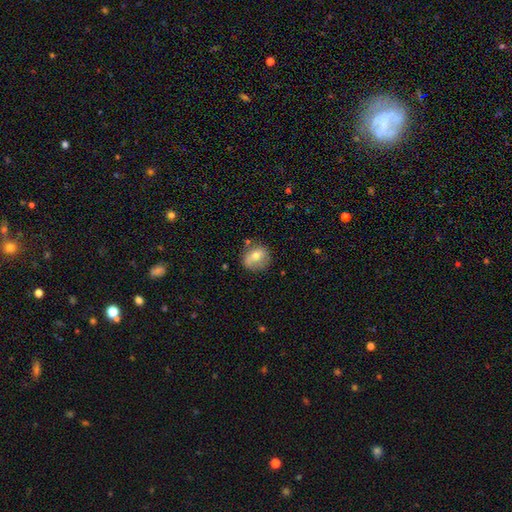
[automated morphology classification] smooth_or_featured: smooth (p=0.64) [alt: featured or disk p=0.27]
how_rounded: round (p=0.73) [alt: in between p=0.26]
merging: none (p=0.67) [alt: minor disturbance p=0.21]